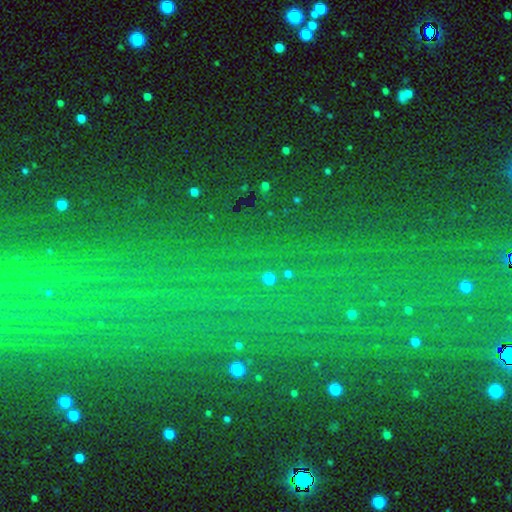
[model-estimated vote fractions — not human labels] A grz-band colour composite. It shows a star or artifact, not a galaxy (83%).